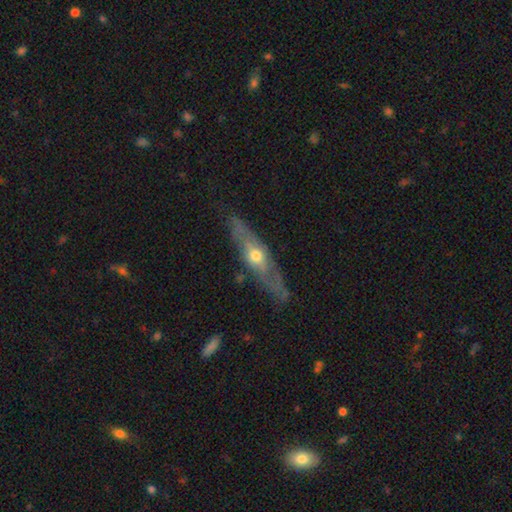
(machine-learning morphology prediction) A featured or disk galaxy (69%) viewed edge-on (57%).

Vote fractions:
- Smooth or featured? featured or disk: 69% / smooth: 25% / star or artifact: 6%
- Edge-on disk? yes: 57% / no: 43%
- Merging? none: 74% / minor disturbance: 18% / major disturbance: 6% / merger: 2%